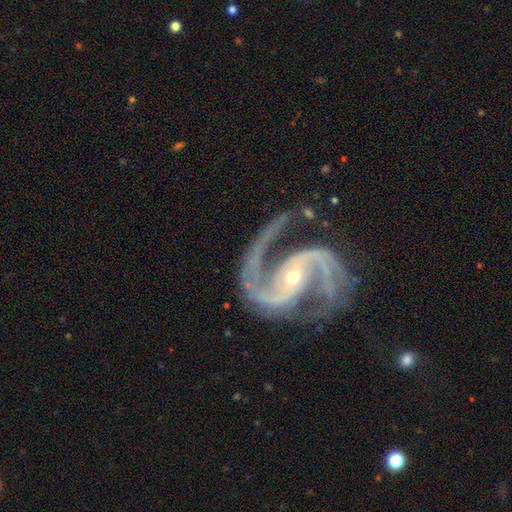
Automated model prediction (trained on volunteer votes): This is clearly a featured or disk galaxy (94%). It is clearly not viewed edge-on (98%). Bar: marginally no (42%). Spiral arm pattern: clearly yes (99%). Spiral arm count: clearly 2 (89%). Spiral winding: likely medium (64%). Central bulge: likely small (70%). Merging: likely none (69%).